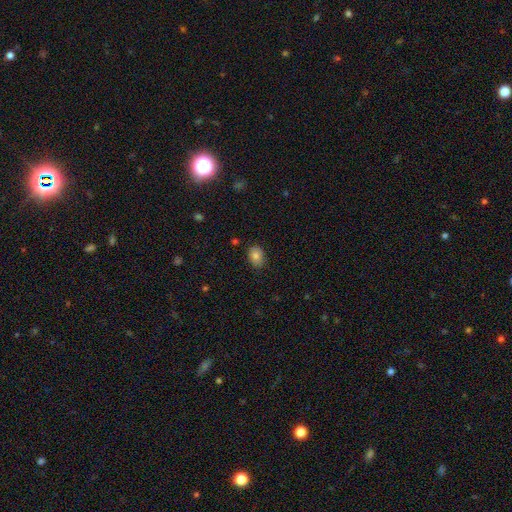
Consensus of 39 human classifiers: This appears to be a smooth galaxy with no disk features (87%) that is in between round and cigar-shaped (74%). Merging: none (71%).